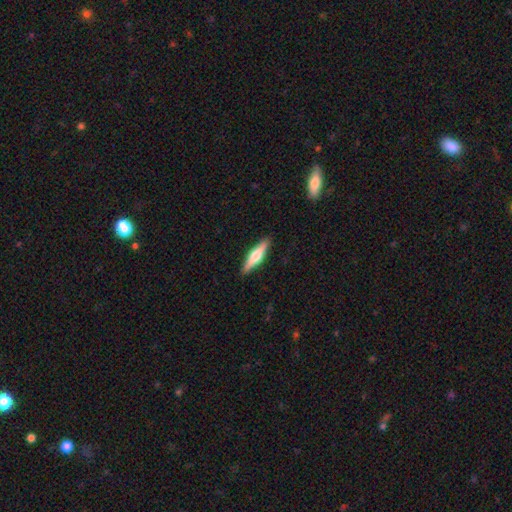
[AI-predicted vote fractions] Morphology: type=featured or disk (52%); edge-on=yes (96%); merging=none (91%).